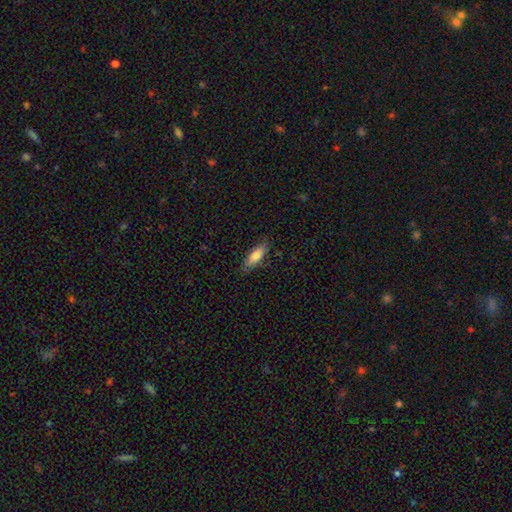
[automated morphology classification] Overall: smooth (77%). How rounded: in between (54%; cigar-shaped 44%). Merging: none (82%).